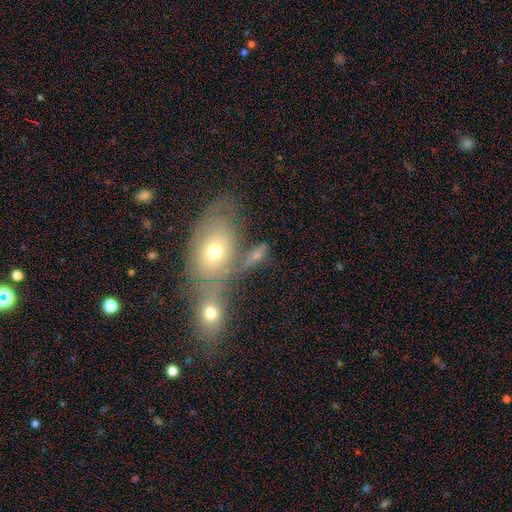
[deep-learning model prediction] smooth_or_featured: smooth (p=0.58) [alt: featured or disk p=0.28]
how_rounded: in between (p=0.72) [alt: round p=0.19]
merging: none (p=0.46) [alt: merger p=0.29]